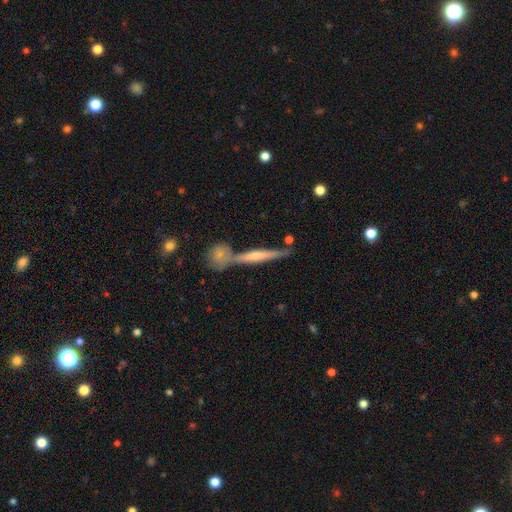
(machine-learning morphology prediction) This is likely a featured or disk galaxy (65%). It is clearly viewed edge-on (89%). Edge-on bulge: likely rounded (68%). Merging: likely none (62%).